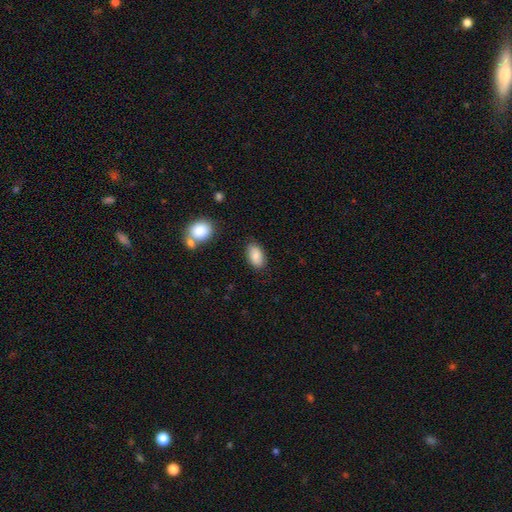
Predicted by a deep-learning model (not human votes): Smooth or featured: smooth — 86% (star or artifact — 7%)
How rounded: in between — 93% (round — 5%)
Merging: none — 84% (minor disturbance — 10%)